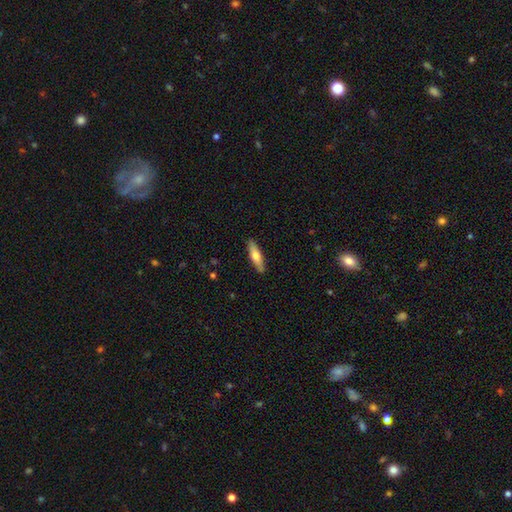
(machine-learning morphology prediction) A smooth galaxy with no disk features (57%) that is cigar-shaped (74%).

Vote fractions:
- Smooth or featured? smooth: 57% / featured or disk: 37% / star or artifact: 5%
- How rounded? cigar-shaped: 74% / in between: 24% / round: 2%
- Merging? none: 89% / minor disturbance: 8% / major disturbance: 2% / merger: 1%